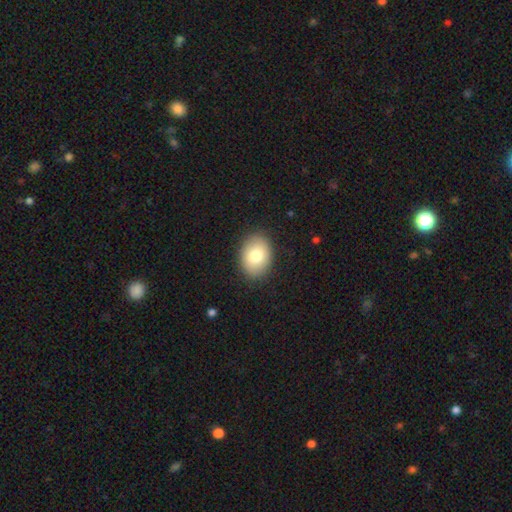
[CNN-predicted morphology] This appears to be a smooth galaxy with no disk features (79%) that is in between round and cigar-shaped (74%). Merging: none (88%).